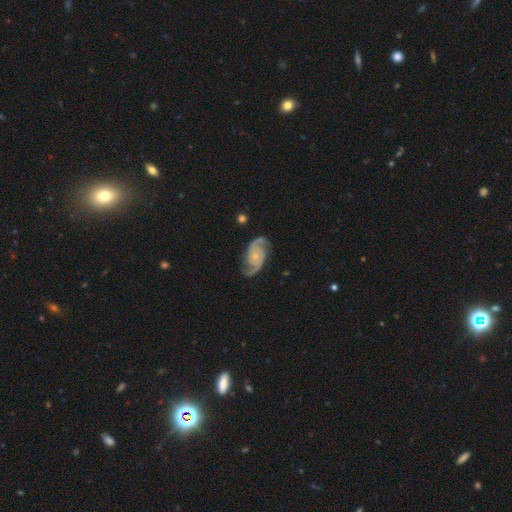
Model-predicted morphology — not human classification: A featured or disk galaxy (91%) with no bar (70%), 2 (92%) medium (52%) spiral arms (98%) and a small central bulge (69%).

Vote fractions:
- Smooth or featured? featured or disk: 91% / star or artifact: 4% / smooth: 4%
- Edge-on disk? no: 98% / yes: 2%
- Bar? no: 70% / weak: 24% / strong: 6%
- Spiral arms? yes: 98% / no: 2%
- Spiral winding? medium: 52% / tight: 30% / loose: 18%
- Spiral arm count? 2: 92% / 3: 3% / can't tell: 2% / 1: 1% / 4: 1% / more than 4: 1%
- Bulge size? small: 69% / moderate: 22% / none: 6% / large: 2% / dominant: 1%
- Merging? none: 78% / minor disturbance: 15% / major disturbance: 5% / merger: 2%